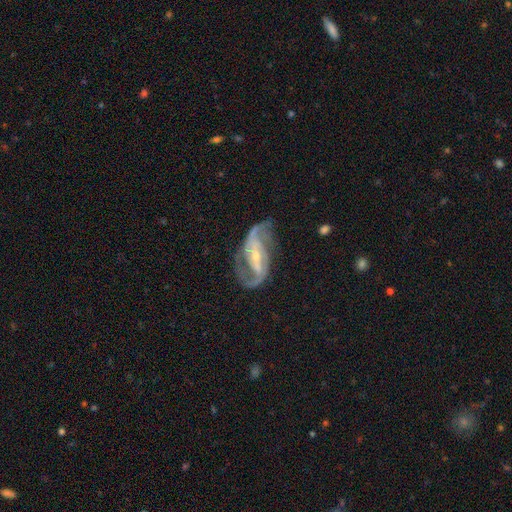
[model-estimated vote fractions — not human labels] A featured or disk galaxy (89%) with a strong bar (47%), 2 (85%) medium (50%) spiral arms (96%) and a small central bulge (66%).

Vote fractions:
- Smooth or featured? featured or disk: 89% / smooth: 6% / star or artifact: 5%
- Edge-on disk? no: 95% / yes: 5%
- Bar? strong: 47% / weak: 34% / no: 19%
- Spiral arms? yes: 96% / no: 4%
- Spiral winding? medium: 50% / loose: 28% / tight: 21%
- Spiral arm count? 2: 85% / can't tell: 5% / 3: 4% / 1: 2% / 4: 2% / more than 4: 1%
- Bulge size? small: 66% / moderate: 30% / none: 2% / large: 2% / dominant: 1%
- Merging? none: 65% / minor disturbance: 19% / major disturbance: 14% / merger: 2%